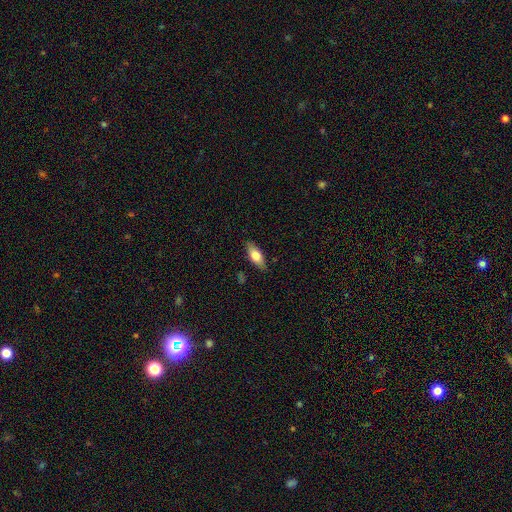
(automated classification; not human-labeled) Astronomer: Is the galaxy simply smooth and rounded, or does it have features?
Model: smooth — 69%.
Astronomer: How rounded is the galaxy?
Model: in between — 74%.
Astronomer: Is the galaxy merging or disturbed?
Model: none — 84%.